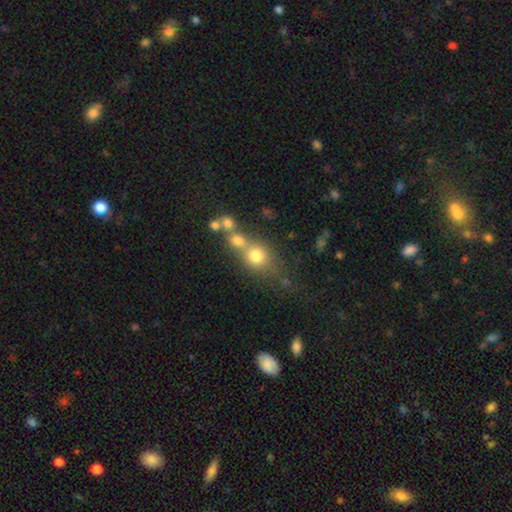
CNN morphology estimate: Smooth or featured?
  - smooth: 71% *
  - featured or disk: 15%
  - star or artifact: 14%
How rounded?
  - round: 72% *
  - in between: 25%
  - cigar-shaped: 2%
Merging?
  - merger: 48% *
  - none: 37%
  - minor disturbance: 9%
  - major disturbance: 6%